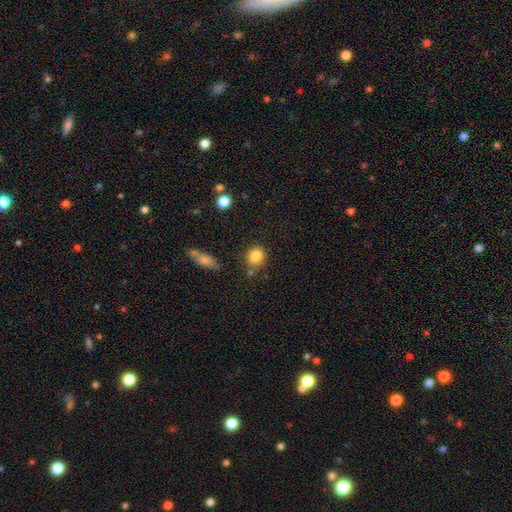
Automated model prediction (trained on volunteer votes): Morphology: type=smooth (83%); roundness=in between (49%, tied with round); merging=none (63%).